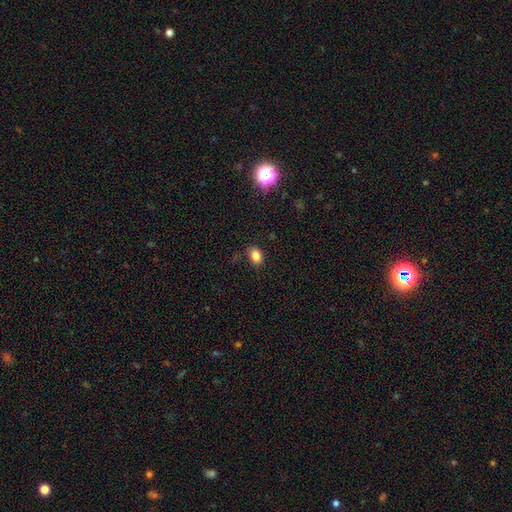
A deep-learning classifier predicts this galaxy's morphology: This appears to be a smooth galaxy with no disk features (83%) that is in between round and cigar-shaped (80%). Merging: none (81%).